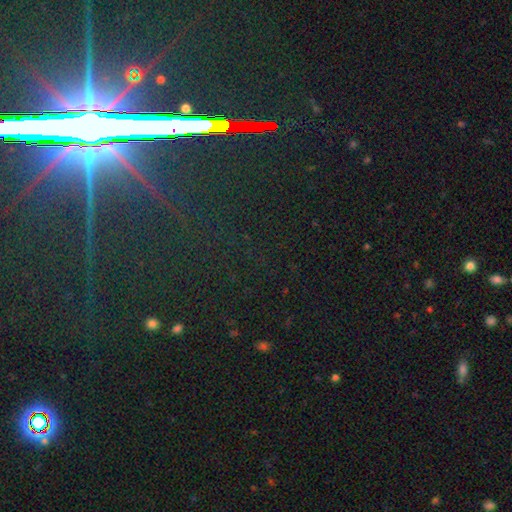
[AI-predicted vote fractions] star or artifact 79%, featured or disk 12%, smooth 9%.